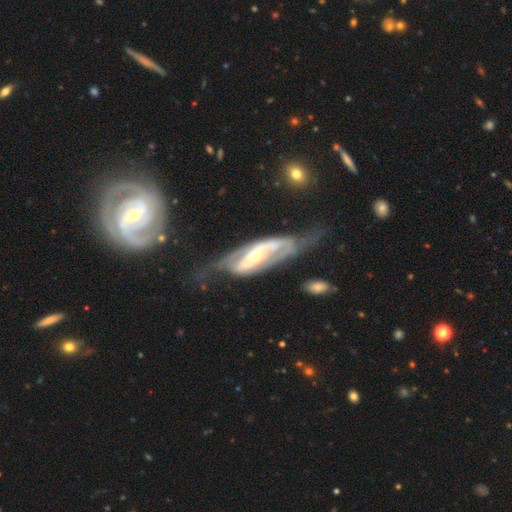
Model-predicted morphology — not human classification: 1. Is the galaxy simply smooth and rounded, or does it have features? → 85% featured or disk, 10% smooth, 5% star or artifact.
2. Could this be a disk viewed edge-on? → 87% no, 13% yes.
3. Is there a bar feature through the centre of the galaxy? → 40% strong, 32% no, 28% weak.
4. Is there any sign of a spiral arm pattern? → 80% yes, 20% no.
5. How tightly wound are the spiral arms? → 41% medium, 34% tight, 25% loose.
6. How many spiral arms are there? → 78% 2, 15% can't tell, 3% 1, 2% 3, 1% 4, 1% more than 4.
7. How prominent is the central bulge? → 48% moderate, 46% small, 4% large, 1% none, 1% dominant.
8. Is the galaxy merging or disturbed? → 50% none, 24% major disturbance, 21% minor disturbance, 4% merger.